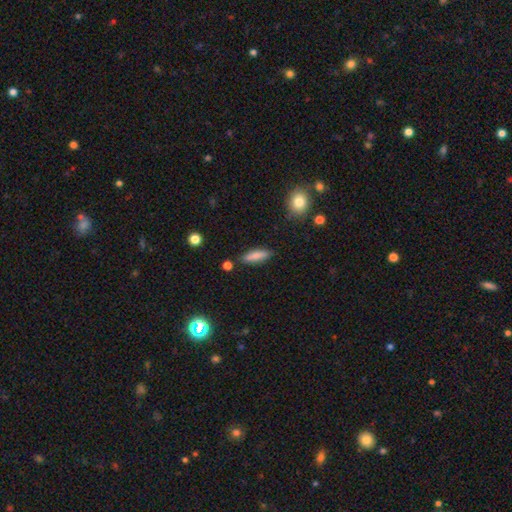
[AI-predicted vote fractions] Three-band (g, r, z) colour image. It shows a smooth galaxy with no disk features (82%) that is cigar-shaped (61%). Merging: none (84%).